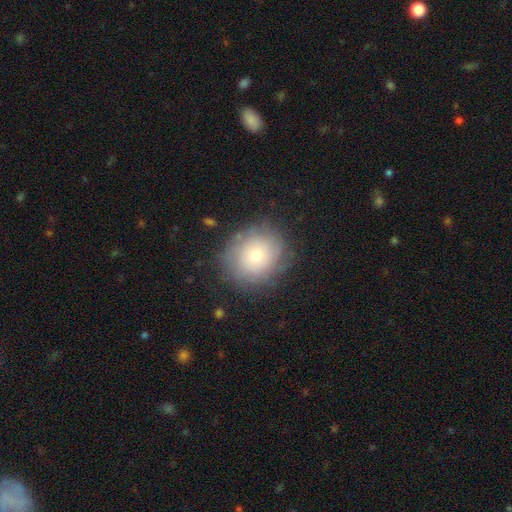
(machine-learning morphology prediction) Overall: smooth (60%; featured or disk 30%). How rounded: round (79%). Merging: none (76%).